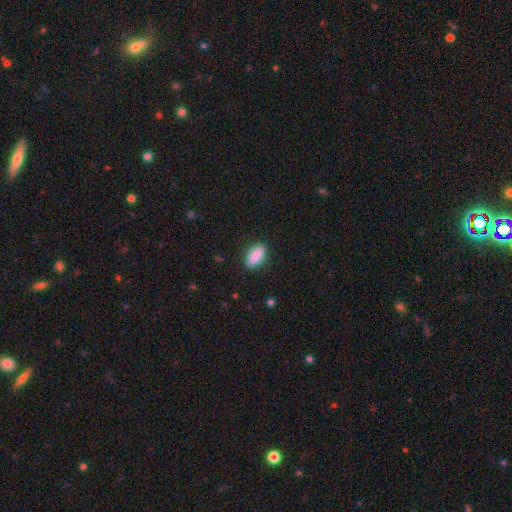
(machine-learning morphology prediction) The model was most divided on "how rounded": in between: 86%, cigar-shaped: 11%, round: 3%. More confident: smooth or featured — smooth (89%); merging — none (86%).